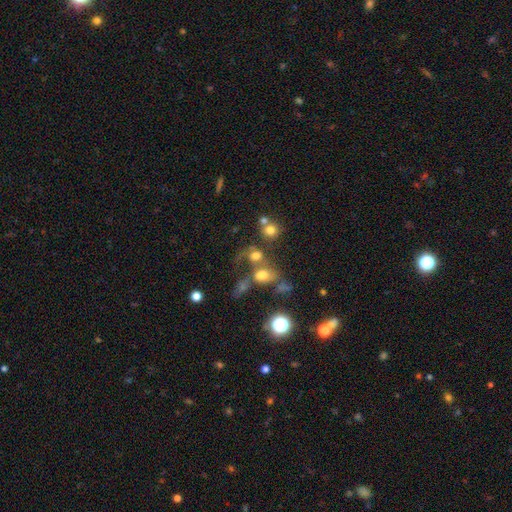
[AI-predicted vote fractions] This appears to be a smooth galaxy with no disk features (62%) that is round (54%). Merging: merger (50%).